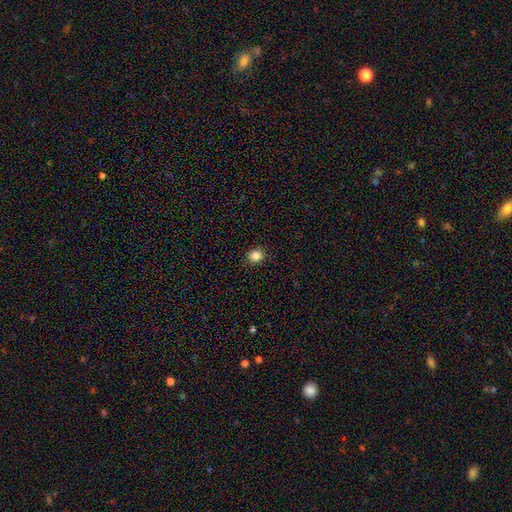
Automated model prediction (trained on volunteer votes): smooth-or-featured: smooth: 86% | star or artifact: 11% | featured or disk: 3%
  how-rounded: round: 81% | in between: 19% | cigar-shaped: 1%
  merging: none: 91% | minor disturbance: 7% | major disturbance: 2% | merger: 1%